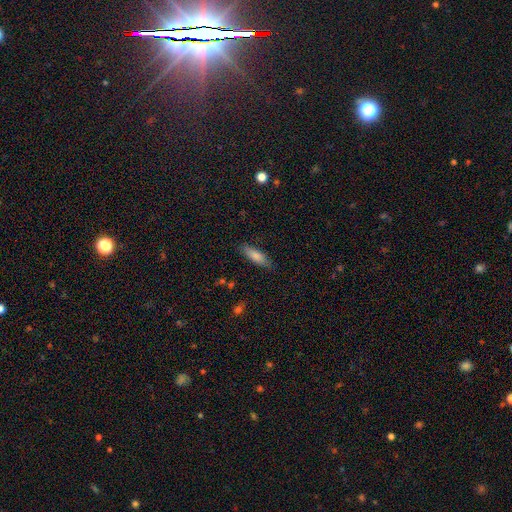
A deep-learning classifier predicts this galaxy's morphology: Smooth or featured?
  - smooth: 81% *
  - featured or disk: 12%
  - star or artifact: 6%
How rounded?
  - in between: 52% *
  - cigar-shaped: 46%
  - round: 2%
Merging?
  - none: 84% *
  - minor disturbance: 13%
  - major disturbance: 2%
  - merger: 1%